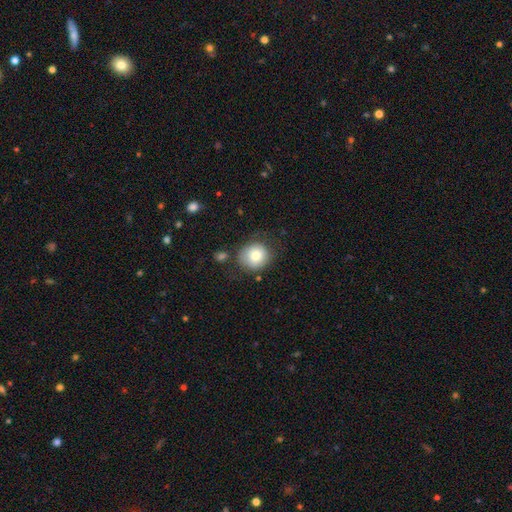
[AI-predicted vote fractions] Overall: smooth (78%). How rounded: round (83%). Merging: none (71%).